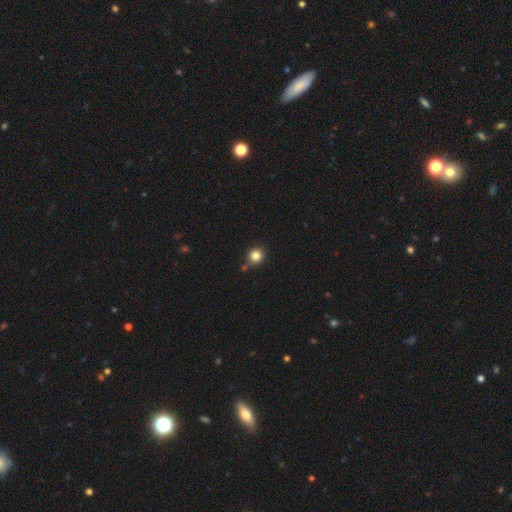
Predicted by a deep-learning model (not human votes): This appears to be a smooth galaxy with no disk features (83%) that is round (90%). Merging: none (83%).